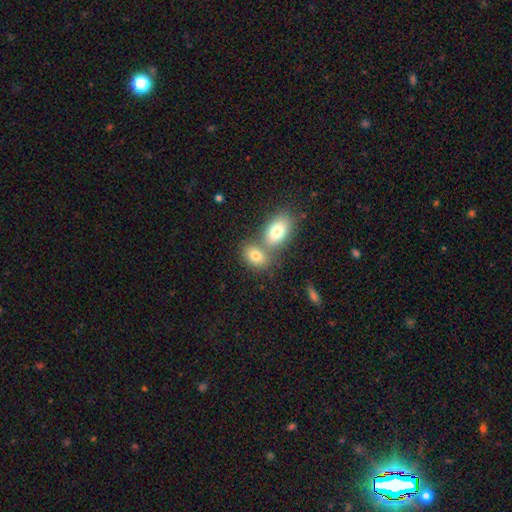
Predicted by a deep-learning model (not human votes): The model was most divided on "merging": merger: 47%, none: 41%, minor disturbance: 9%, major disturbance: 3%. More confident: how rounded — in between (79%); smooth or featured — smooth (78%).